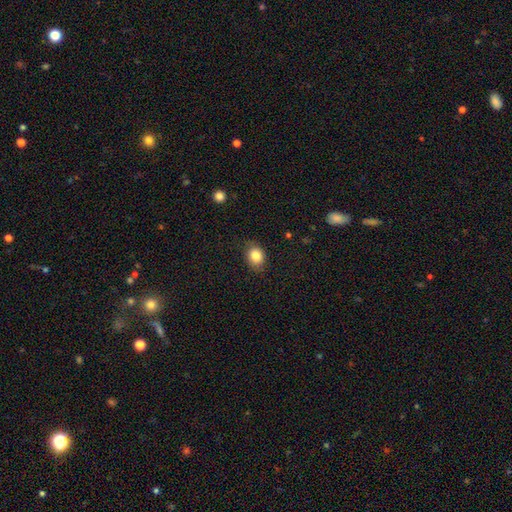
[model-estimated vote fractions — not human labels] Morphology: type=smooth (84%); roundness=round (52%); merging=none (81%).